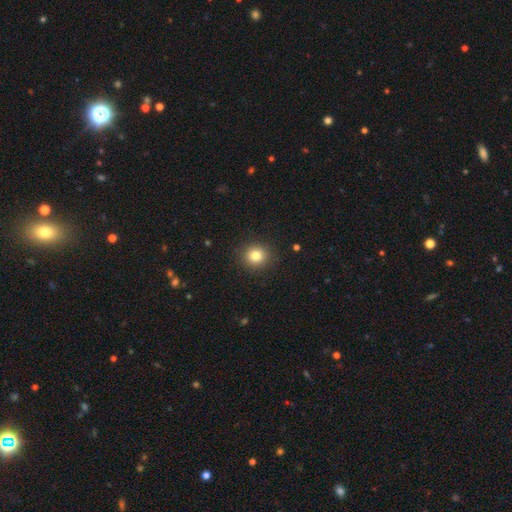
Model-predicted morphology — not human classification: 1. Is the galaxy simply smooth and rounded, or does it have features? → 82% smooth, 12% star or artifact, 6% featured or disk.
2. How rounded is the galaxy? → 88% round, 11% in between, 1% cigar-shaped.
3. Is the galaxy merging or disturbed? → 91% none, 6% minor disturbance, 2% major disturbance, 1% merger.